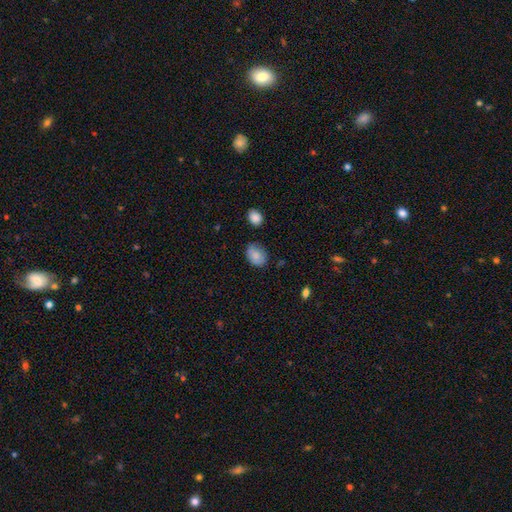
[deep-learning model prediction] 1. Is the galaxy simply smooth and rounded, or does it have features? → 85% smooth, 8% star or artifact, 7% featured or disk.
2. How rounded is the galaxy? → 73% in between, 26% round, 1% cigar-shaped.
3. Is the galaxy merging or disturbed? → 71% none, 22% minor disturbance, 4% major disturbance, 3% merger.